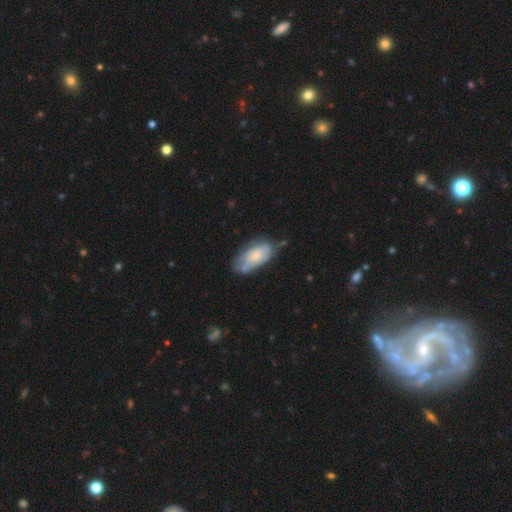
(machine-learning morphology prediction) smooth-or-featured: smooth: 52% | featured or disk: 42% | star or artifact: 6%
  how-rounded: in between: 91% | cigar-shaped: 6% | round: 3%
  merging: none: 50% | minor disturbance: 33% | major disturbance: 13% | merger: 5%